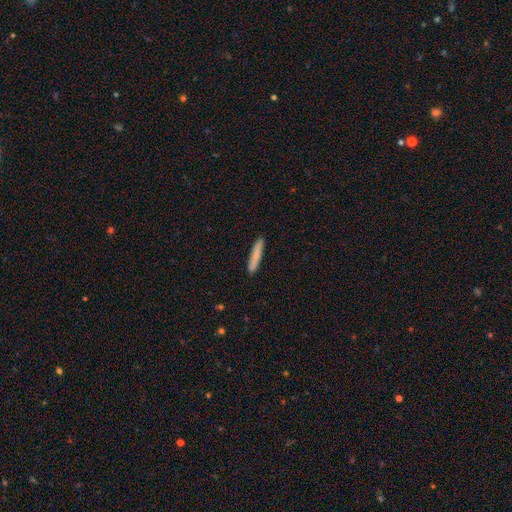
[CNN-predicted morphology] This is likely a smooth galaxy (80%). How rounded: clearly cigar-shaped (94%). Merging: clearly none (90%).